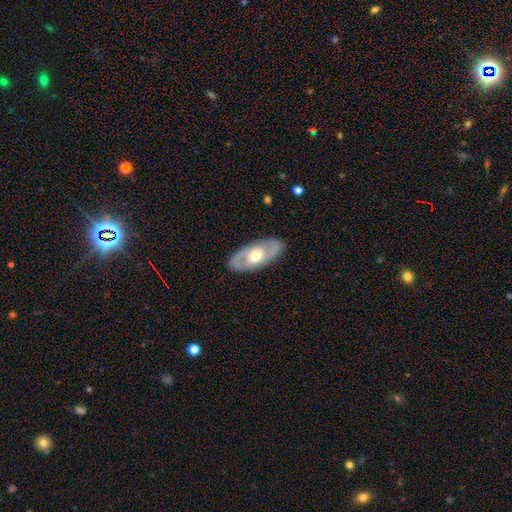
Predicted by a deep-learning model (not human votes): Q: Smooth or featured?
A: featured or disk (72%); runner-up: smooth (24%)
Q: Edge-on disk?
A: no (88%); runner-up: yes (12%)
Q: Bar?
A: no (63%); runner-up: weak (28%)
Q: Spiral arms?
A: yes (62%); runner-up: no (38%)
Q: Bulge size?
A: moderate (71%); runner-up: large (16%)
Q: Merging?
A: none (87%); runner-up: minor disturbance (9%)